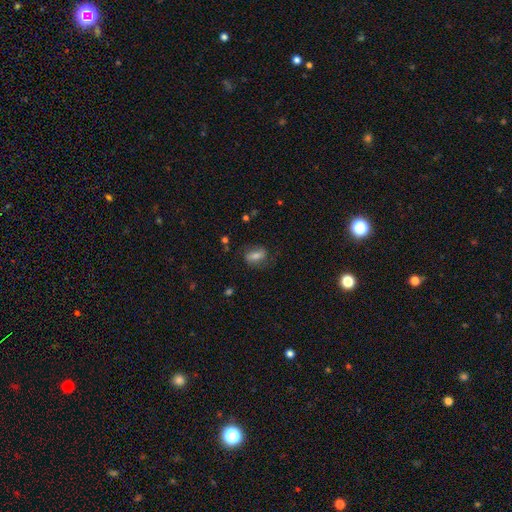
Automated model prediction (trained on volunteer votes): A smooth galaxy with no disk features (68%) that is in between round and cigar-shaped (79%).

Vote fractions:
- Smooth or featured? smooth: 68% / featured or disk: 23% / star or artifact: 9%
- How rounded? in between: 79% / cigar-shaped: 11% / round: 10%
- Merging? none: 69% / minor disturbance: 20% / major disturbance: 9% / merger: 2%